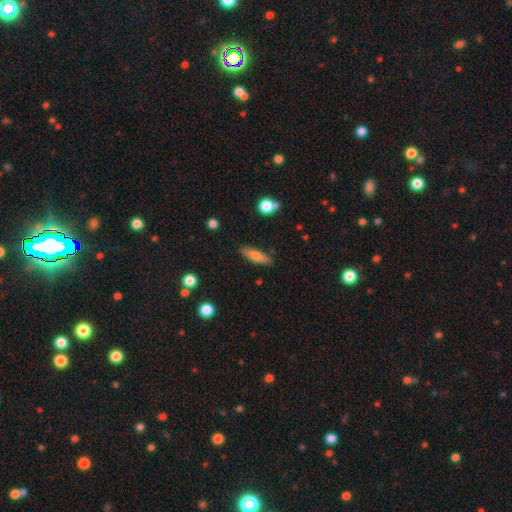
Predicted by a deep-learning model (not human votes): Morphology: type=smooth (73%); roundness=cigar-shaped (56%); merging=none (85%).